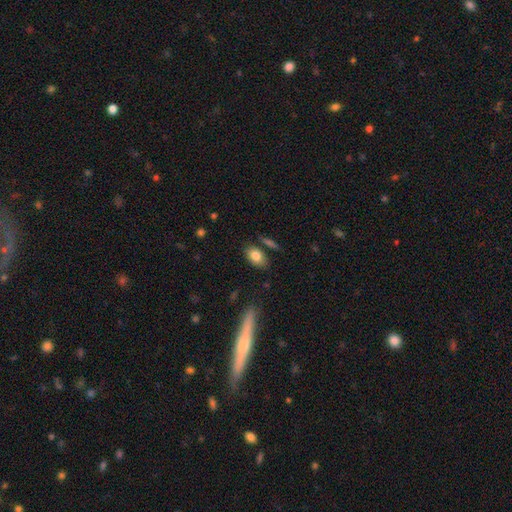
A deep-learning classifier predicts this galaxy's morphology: The model was most divided on "merging": none: 78%, minor disturbance: 13%, merger: 6%, major disturbance: 3%. More confident: how rounded — in between (89%); smooth or featured — smooth (82%).